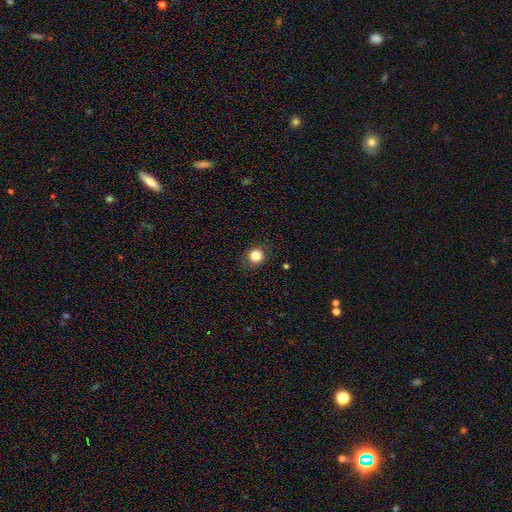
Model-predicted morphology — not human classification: The model was most divided on "smooth or featured": smooth: 84%, star or artifact: 11%, featured or disk: 5%. More confident: how rounded — round (90%); merging — none (86%).